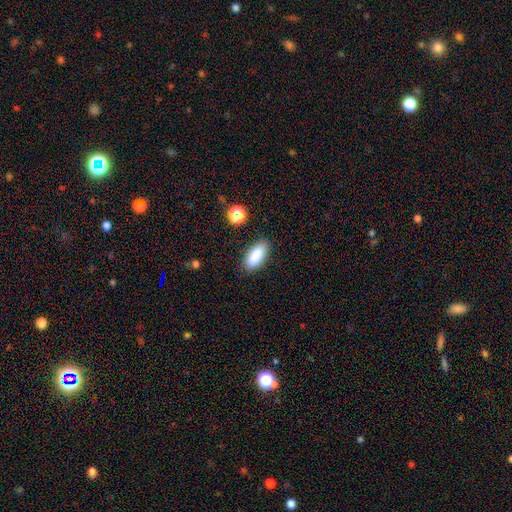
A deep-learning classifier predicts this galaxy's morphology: smooth-or-featured: smooth: 86% | star or artifact: 8% | featured or disk: 6%
  how-rounded: in between: 84% | cigar-shaped: 13% | round: 2%
  merging: none: 86% | minor disturbance: 10% | major disturbance: 3% | merger: 2%